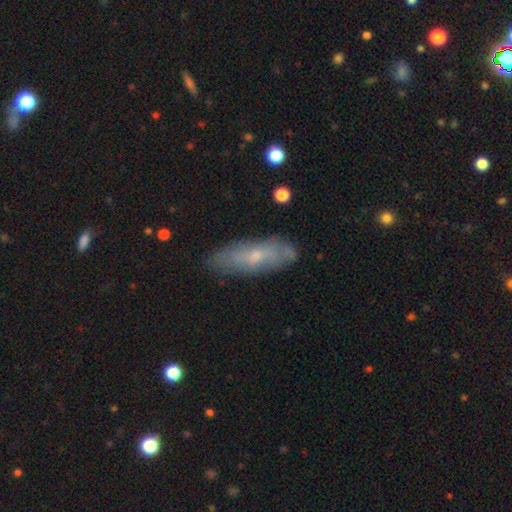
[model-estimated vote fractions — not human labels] Smooth or featured?
  - smooth: 48% *
  - featured or disk: 45%
  - star or artifact: 7%
Merging?
  - none: 76% *
  - minor disturbance: 18%
  - major disturbance: 4%
  - merger: 2%